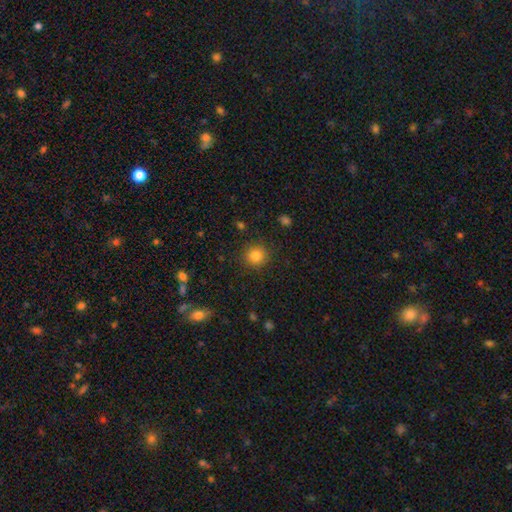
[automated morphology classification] This appears to be a smooth galaxy with no disk features (84%) that is round (91%). Merging: none (89%).